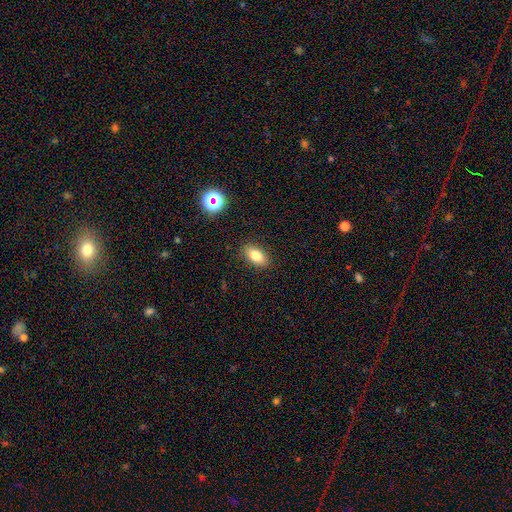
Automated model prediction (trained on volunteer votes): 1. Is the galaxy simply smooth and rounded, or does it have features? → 79% smooth, 11% featured or disk, 10% star or artifact.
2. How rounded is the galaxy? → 89% in between, 7% round, 4% cigar-shaped.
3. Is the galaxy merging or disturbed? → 88% none, 9% minor disturbance, 2% major disturbance, 1% merger.